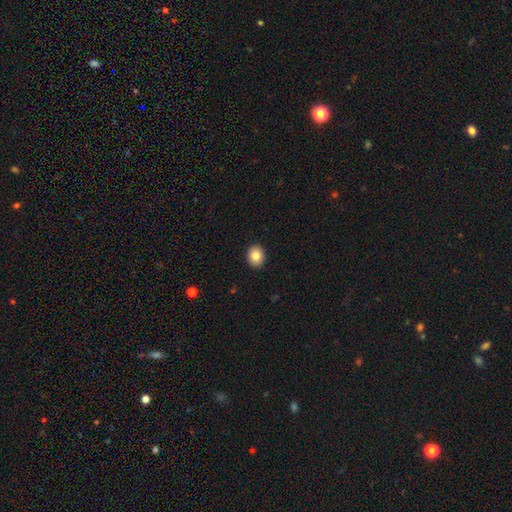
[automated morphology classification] Q: Smooth or featured?
A: smooth (84%); runner-up: star or artifact (9%)
Q: How rounded?
A: round (59%); runner-up: in between (41%)
Q: Merging?
A: none (92%); runner-up: minor disturbance (6%)